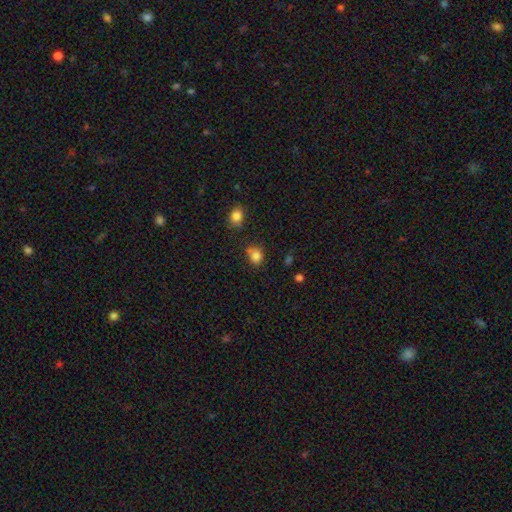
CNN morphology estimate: Smooth or featured? Predicted: smooth (p=0.81). How rounded? Predicted: round (p=0.65). Merging? Predicted: none (p=0.57).